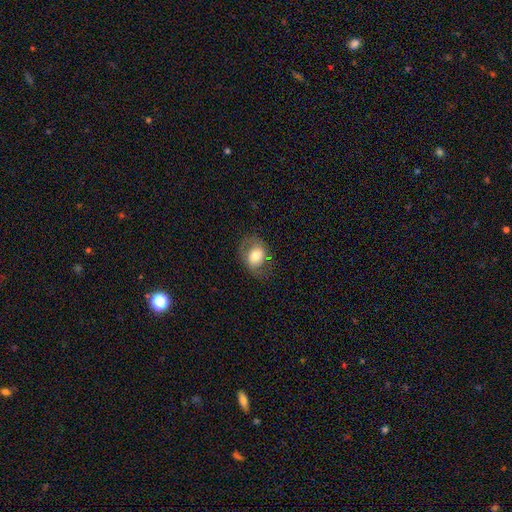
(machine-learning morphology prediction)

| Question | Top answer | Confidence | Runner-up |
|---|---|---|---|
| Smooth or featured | smooth | 59% | featured or disk (32%) |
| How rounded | in between | 62% | round (37%) |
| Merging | none | 66% | minor disturbance (20%) |